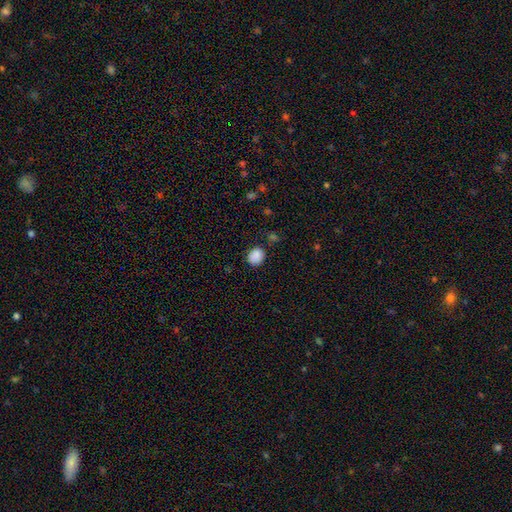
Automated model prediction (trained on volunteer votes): smooth 87%, star or artifact 10%, featured or disk 4%. Down the decision tree: how rounded — round (70%); merging — none (80%).